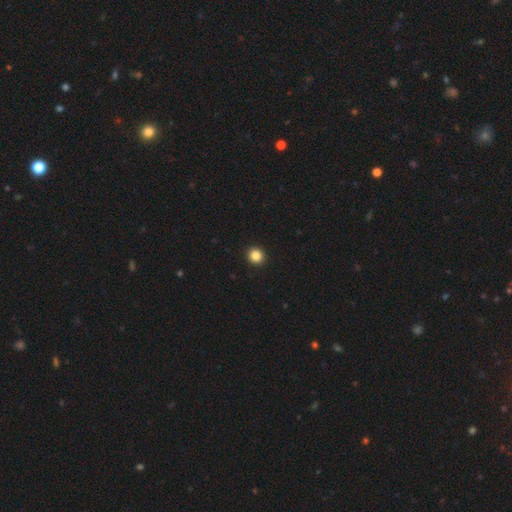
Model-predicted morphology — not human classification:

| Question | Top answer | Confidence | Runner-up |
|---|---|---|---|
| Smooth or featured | smooth | 85% | star or artifact (11%) |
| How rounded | round | 92% | in between (7%) |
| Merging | none | 94% | minor disturbance (4%) |